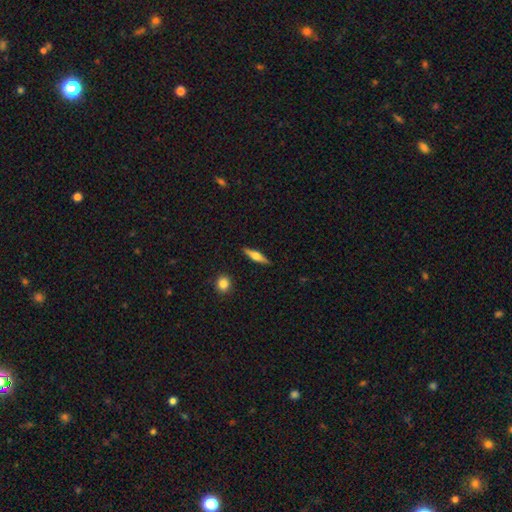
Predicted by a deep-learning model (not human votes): featured or disk 56%, smooth 38%, star or artifact 6%. Down the decision tree: edge-on disk — yes (96%); edge-on bulge — rounded (88%); merging — none (89%).